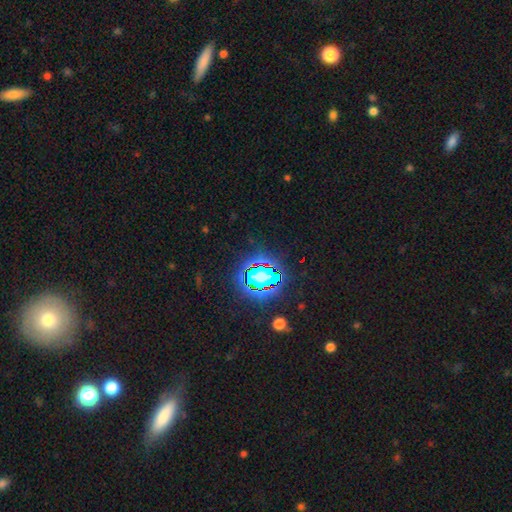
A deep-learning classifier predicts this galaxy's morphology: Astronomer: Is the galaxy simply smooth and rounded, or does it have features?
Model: star or artifact — 80%.